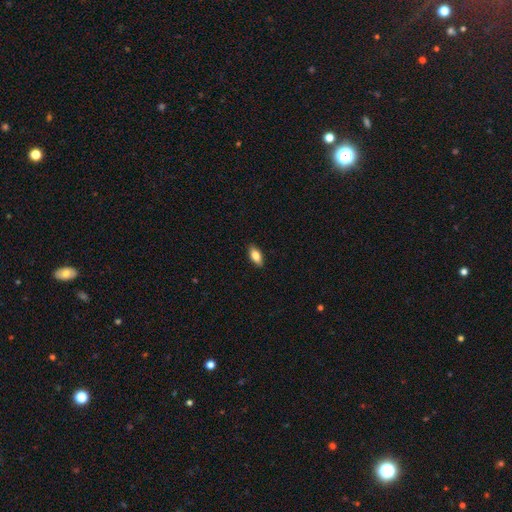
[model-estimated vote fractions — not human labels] smooth 82%, featured or disk 11%, star or artifact 7%. Down the decision tree: how rounded — in between (87%); merging — none (88%).